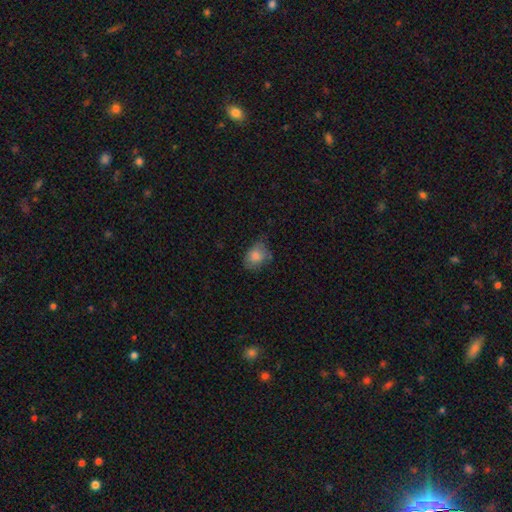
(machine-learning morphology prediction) Smooth or featured: smooth — 78% (featured or disk — 12%)
How rounded: in between — 66% (round — 32%)
Merging: none — 57% (minor disturbance — 30%)